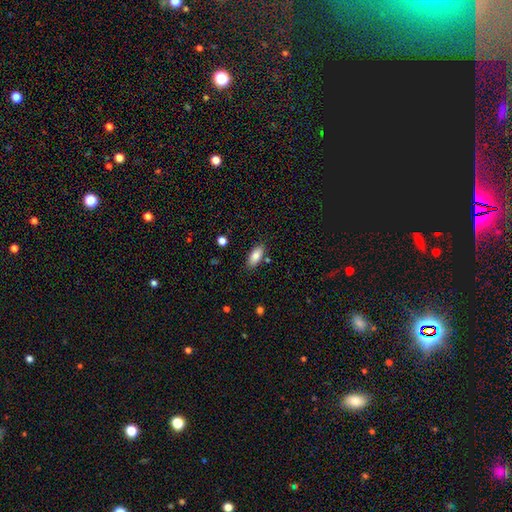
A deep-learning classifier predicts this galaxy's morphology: Smooth or featured? smooth (83%)
How rounded? in between (86%)
Merging? none (83%)